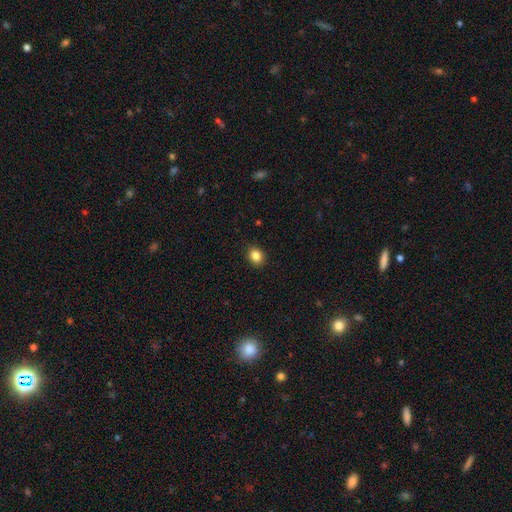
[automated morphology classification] Overall: smooth (85%). How rounded: round (57%; in between 42%). Merging: none (90%).